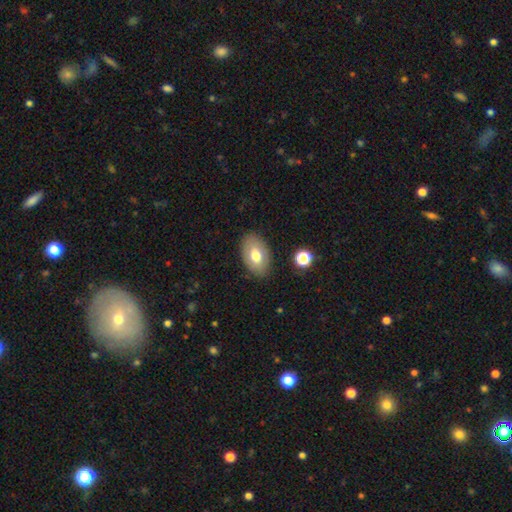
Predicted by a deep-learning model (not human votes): Overall: smooth (70%). How rounded: in between (91%). Merging: none (83%).